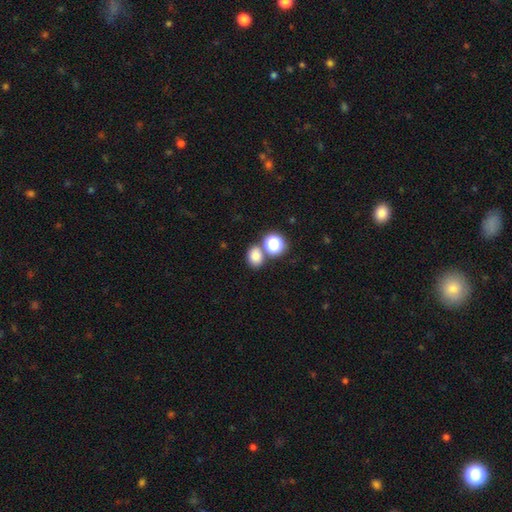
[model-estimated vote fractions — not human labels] This appears to be a smooth galaxy with no disk features (78%) that is in between round and cigar-shaped (53%). Merging: none (64%).